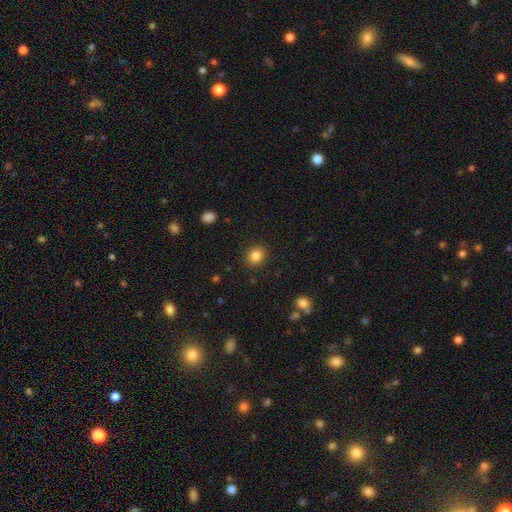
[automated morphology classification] The model was most divided on "how rounded": round: 67%, in between: 32%, cigar-shaped: 1%. More confident: merging — none (89%); smooth or featured — smooth (84%).